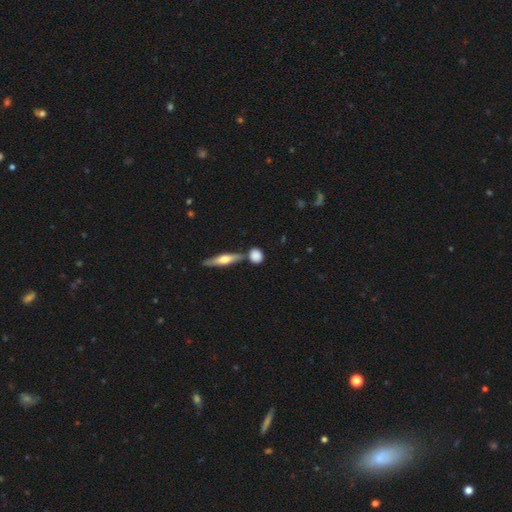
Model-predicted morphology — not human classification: Smooth or featured?
  - smooth: 80% *
  - featured or disk: 13%
  - star or artifact: 7%
How rounded?
  - round: 65% *
  - in between: 25%
  - cigar-shaped: 10%
Merging?
  - none: 68% *
  - merger: 15%
  - minor disturbance: 13%
  - major disturbance: 4%